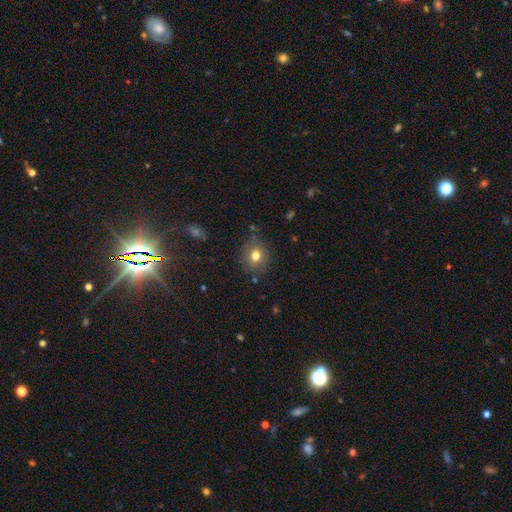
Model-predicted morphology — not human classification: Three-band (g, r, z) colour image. It shows a smooth galaxy with no disk features (75%) that is round (74%). Merging: none (81%).